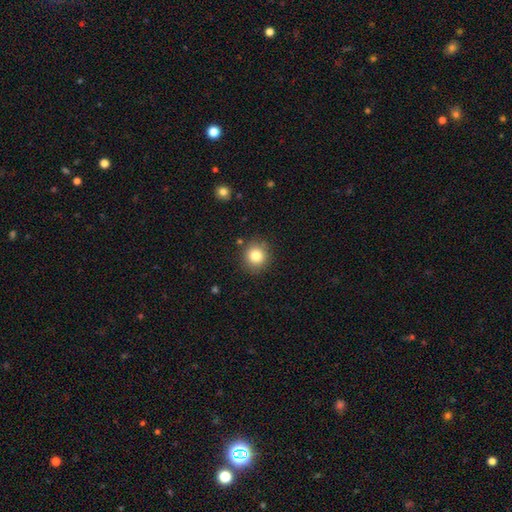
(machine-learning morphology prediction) Smooth or featured? smooth (82%)
How rounded? round (88%)
Merging? none (87%)